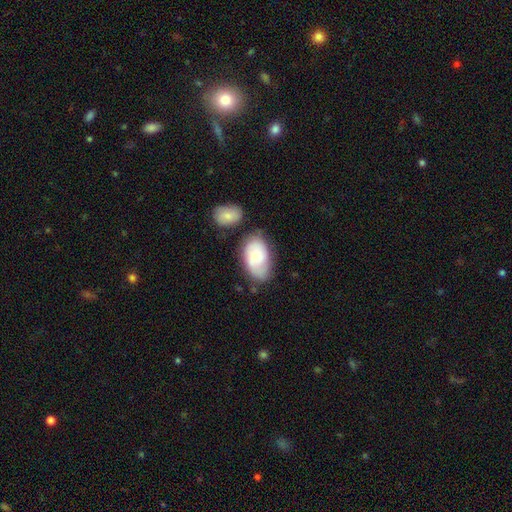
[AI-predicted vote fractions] Smooth or featured? Predicted: smooth (p=0.60). How rounded? Predicted: in between (p=0.92). Merging? Predicted: none (p=0.54).